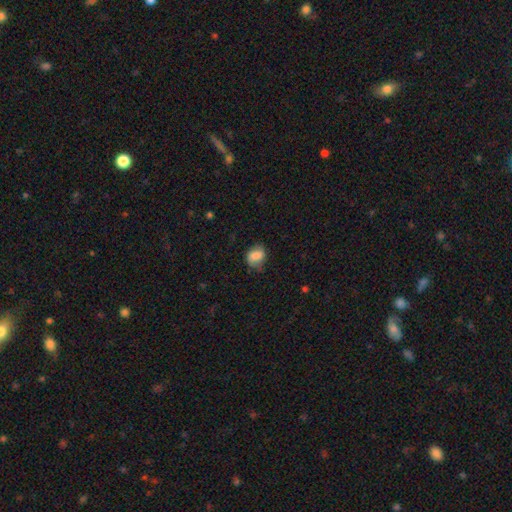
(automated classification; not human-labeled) Smooth or featured? Predicted: smooth (p=0.65). How rounded? Predicted: in between (p=0.51). Merging? Predicted: none (p=0.62).